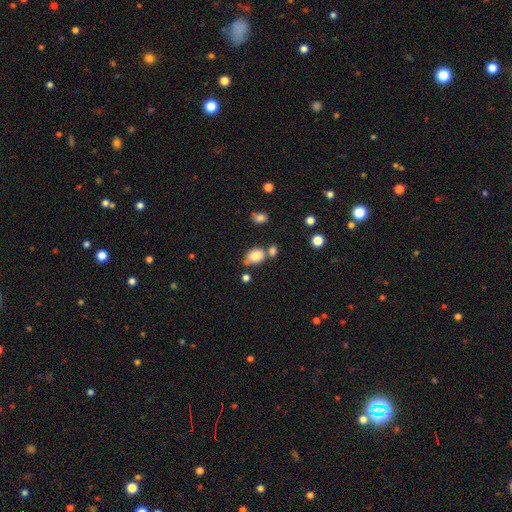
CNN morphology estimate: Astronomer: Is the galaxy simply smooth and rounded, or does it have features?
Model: smooth — 82%.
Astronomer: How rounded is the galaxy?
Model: in between — 69%.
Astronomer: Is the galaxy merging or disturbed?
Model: none — 52%.